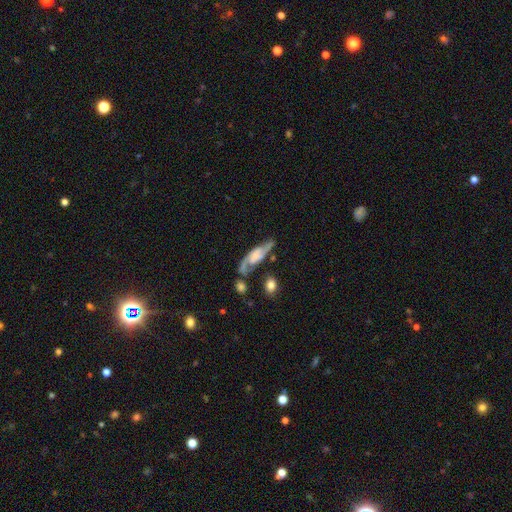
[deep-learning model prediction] This is likely a featured or disk galaxy (73%). It is clearly not viewed edge-on (80%). Bar: possibly no (53%). Spiral arm pattern: clearly yes (90%). Spiral arm count: clearly 2 (84%). Spiral winding: marginally medium (44%). Central bulge: marginally none (34%). Merging: possibly none (54%).